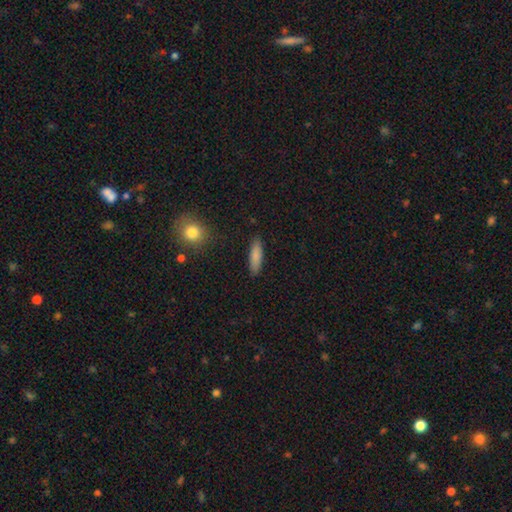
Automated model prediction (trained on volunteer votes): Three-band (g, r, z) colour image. It shows a smooth galaxy with no disk features (84%) that is cigar-shaped (60%). Merging: none (88%).